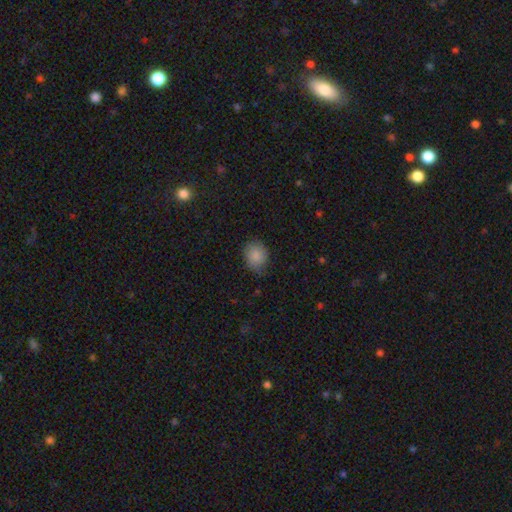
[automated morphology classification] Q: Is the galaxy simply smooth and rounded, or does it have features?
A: smooth — 86%.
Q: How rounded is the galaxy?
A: round — 64%.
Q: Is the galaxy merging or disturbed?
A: none — 69%.